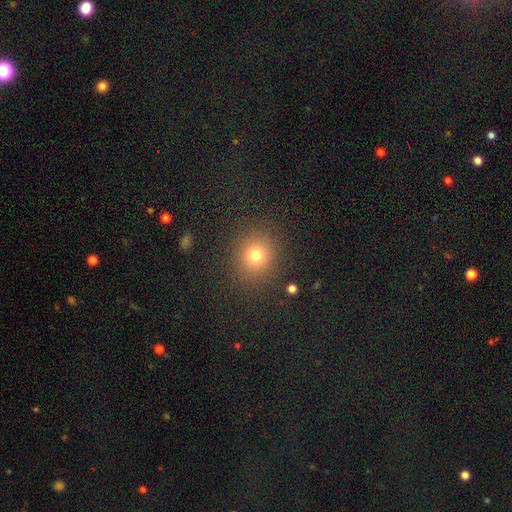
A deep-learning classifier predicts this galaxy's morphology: A smooth galaxy with no disk features (75%) that is round (86%).

Vote fractions:
- Smooth or featured? smooth: 75% / star or artifact: 16% / featured or disk: 8%
- How rounded? round: 86% / in between: 13% / cigar-shaped: 1%
- Merging? none: 88% / minor disturbance: 7% / major disturbance: 4% / merger: 2%